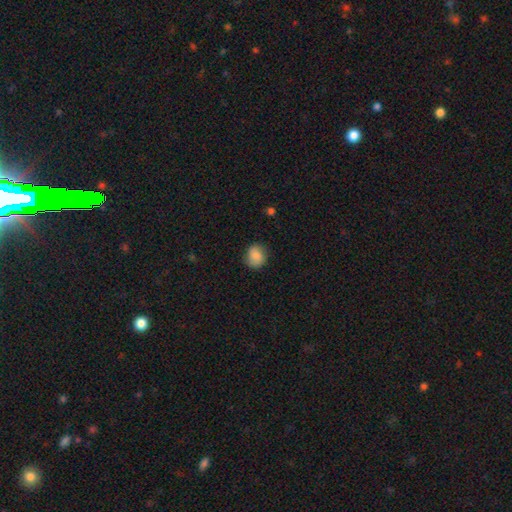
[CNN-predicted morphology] Overall: smooth (83%). How rounded: round (72%). Merging: none (78%).